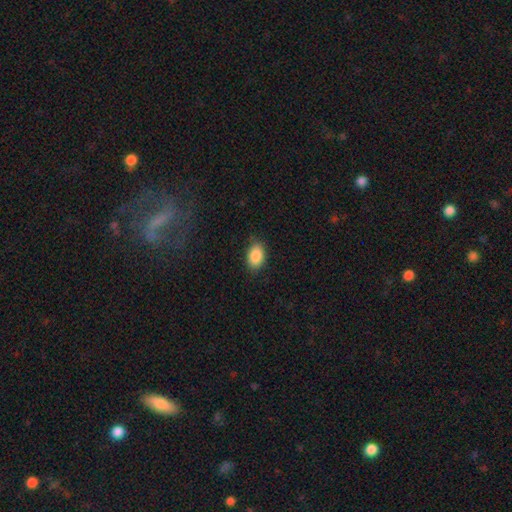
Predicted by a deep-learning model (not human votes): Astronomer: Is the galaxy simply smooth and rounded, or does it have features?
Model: smooth — 88%.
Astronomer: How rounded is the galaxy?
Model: in between — 88%.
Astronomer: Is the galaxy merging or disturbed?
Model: none — 81%.